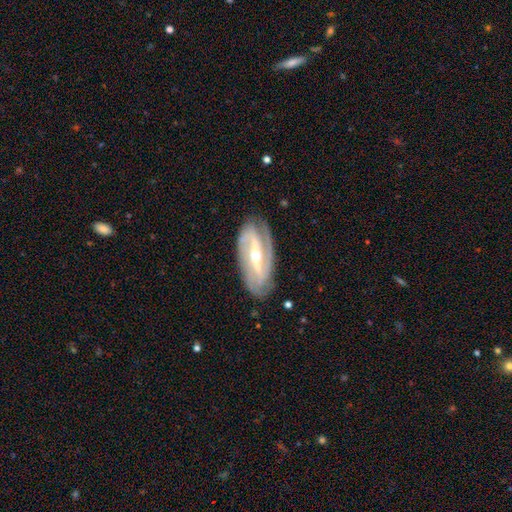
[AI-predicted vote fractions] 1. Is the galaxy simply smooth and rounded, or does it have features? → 89% featured or disk, 6% smooth, 5% star or artifact.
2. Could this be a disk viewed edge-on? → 92% no, 8% yes.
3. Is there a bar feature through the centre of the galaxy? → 66% strong, 23% weak, 10% no.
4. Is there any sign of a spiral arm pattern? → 96% yes, 4% no.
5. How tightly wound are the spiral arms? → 43% tight, 40% medium, 17% loose.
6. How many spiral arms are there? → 75% 2, 9% 3, 9% can't tell, 3% 1, 3% 4, 2% more than 4.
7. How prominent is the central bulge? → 50% small, 47% moderate, 2% large, 1% none, 1% dominant.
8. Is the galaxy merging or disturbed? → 81% none, 13% minor disturbance, 4% major disturbance, 1% merger.